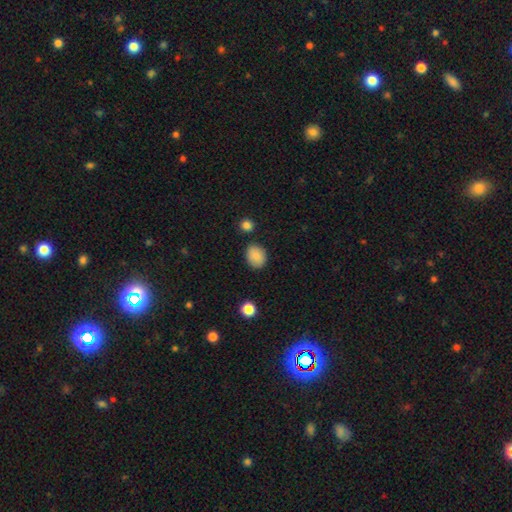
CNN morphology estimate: smooth-or-featured: smooth: 88% | star or artifact: 8% | featured or disk: 4%
  how-rounded: in between: 52% | round: 47% | cigar-shaped: 1%
  merging: none: 83% | minor disturbance: 11% | merger: 3% | major disturbance: 3%